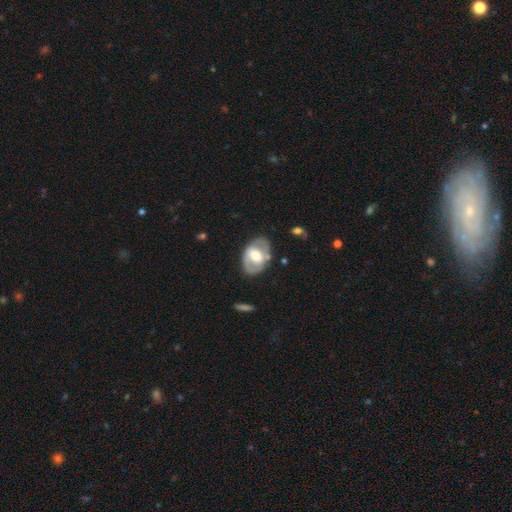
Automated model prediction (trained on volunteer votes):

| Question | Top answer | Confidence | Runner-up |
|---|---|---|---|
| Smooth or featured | featured or disk | 62% | smooth (33%) |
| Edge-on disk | no | 93% | yes (7%) |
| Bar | weak | 38% | no (34%) |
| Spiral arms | no | 50% | tied: yes (50%) |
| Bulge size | moderate | 58% | large (25%) |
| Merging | none | 71% | minor disturbance (18%) |